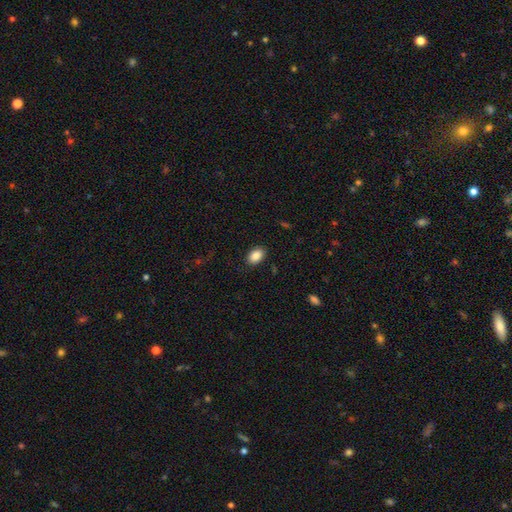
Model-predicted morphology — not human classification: Smooth or featured? smooth (87%)
How rounded? in between (88%)
Merging? none (87%)